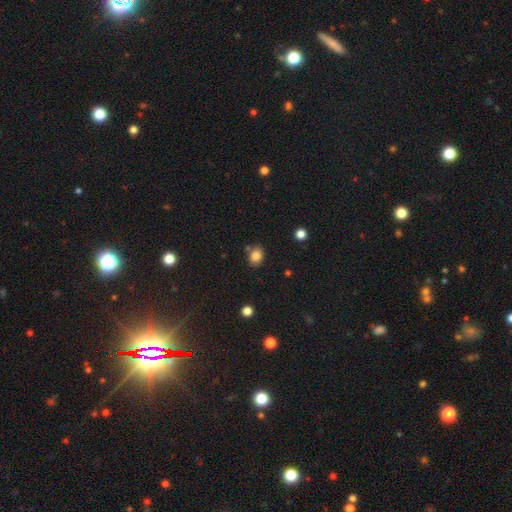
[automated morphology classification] Smooth or featured?
  - smooth: 84% *
  - star or artifact: 11%
  - featured or disk: 6%
How rounded?
  - in between: 56% *
  - round: 43%
  - cigar-shaped: 1%
Merging?
  - none: 76% *
  - minor disturbance: 14%
  - merger: 7%
  - major disturbance: 3%